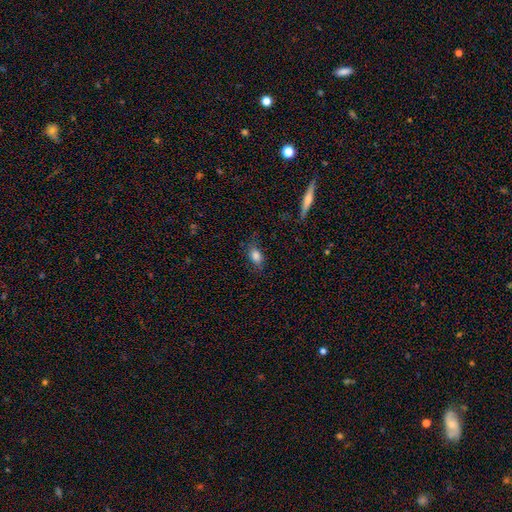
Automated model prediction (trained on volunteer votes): Q: Smooth or featured?
A: smooth (80%); runner-up: featured or disk (10%)
Q: How rounded?
A: in between (81%); runner-up: round (12%)
Q: Merging?
A: none (71%); runner-up: minor disturbance (21%)